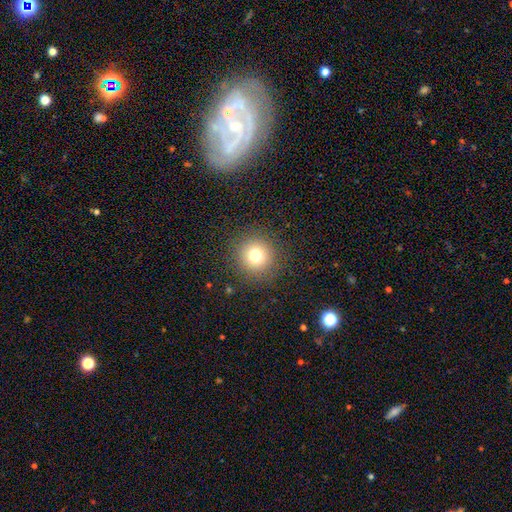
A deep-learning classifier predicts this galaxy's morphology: Smooth or featured? Predicted: smooth (p=0.76). How rounded? Predicted: round (p=0.94). Merging? Predicted: none (p=0.89).